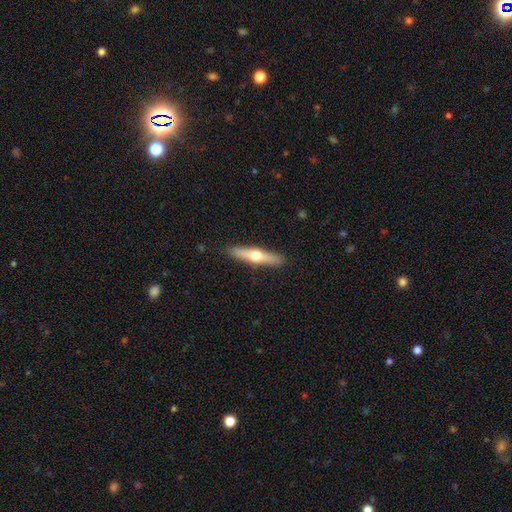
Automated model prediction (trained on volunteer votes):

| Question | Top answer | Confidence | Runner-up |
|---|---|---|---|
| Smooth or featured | featured or disk | 54% | smooth (41%) |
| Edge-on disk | yes | 93% | no (7%) |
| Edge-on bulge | rounded | 94% | none (4%) |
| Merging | none | 91% | minor disturbance (7%) |